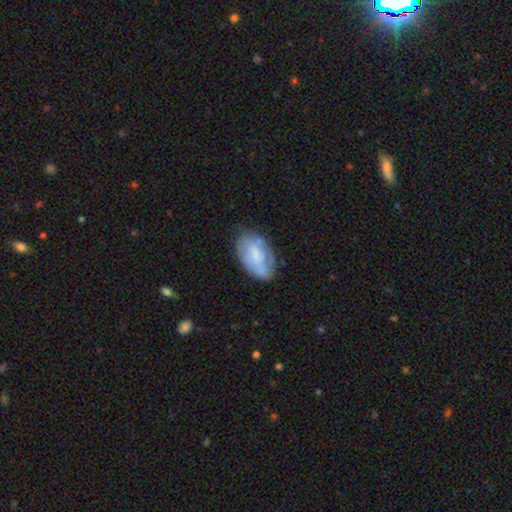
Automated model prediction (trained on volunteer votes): A smooth galaxy with no disk features (48%). Merging: none (64%).